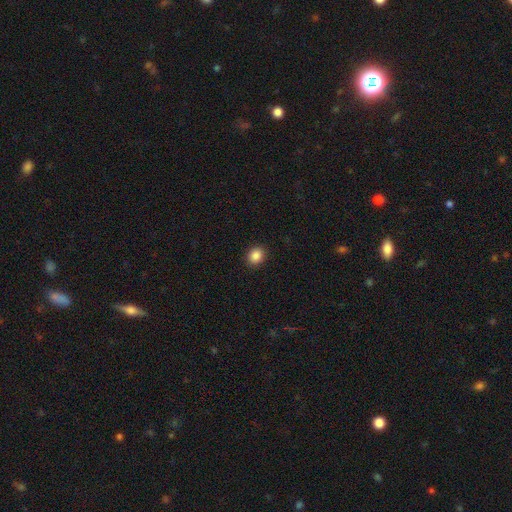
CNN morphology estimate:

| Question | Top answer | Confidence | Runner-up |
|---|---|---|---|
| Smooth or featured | smooth | 86% | star or artifact (10%) |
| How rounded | round | 72% | in between (27%) |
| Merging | none | 92% | minor disturbance (5%) |